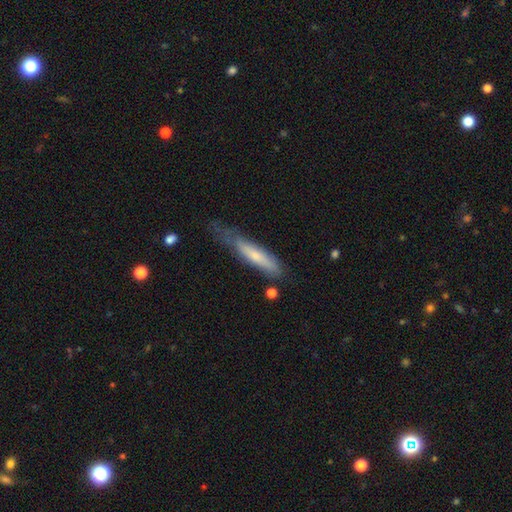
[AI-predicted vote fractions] A smooth galaxy with no disk features (59%) that is cigar-shaped (84%). Merging: none (43%).